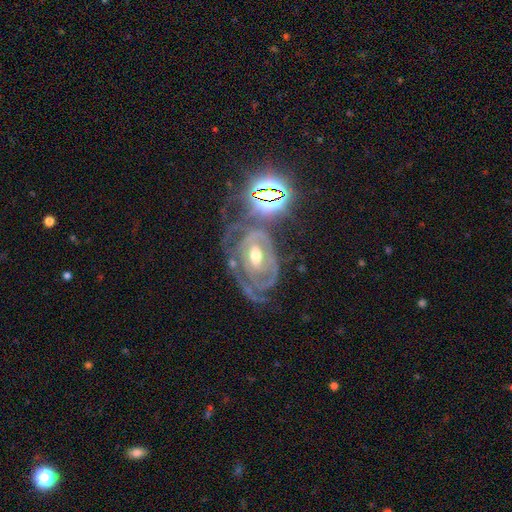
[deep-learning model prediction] featured or disk 82%, star or artifact 10%, smooth 8%. Down the decision tree: edge-on disk — no (96%); bar — no (42%); spiral arms — yes (82%); spiral arm count — can't tell (40%); spiral winding — tight (61%); bulge size — moderate (68%); merging — none (42%).